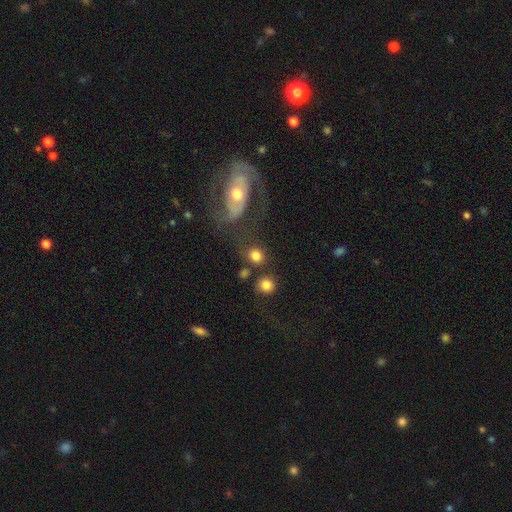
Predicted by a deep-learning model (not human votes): Smooth or featured: smooth — 77% (featured or disk — 13%)
How rounded: round — 78% (in between — 20%)
Merging: none — 61% (merger — 17%)